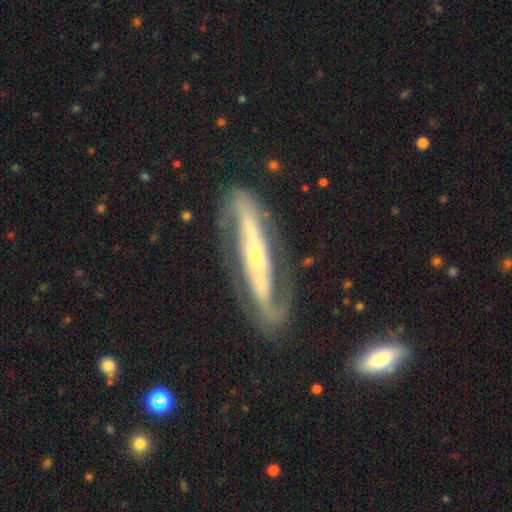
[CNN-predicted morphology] Smooth or featured: featured or disk — 84% (smooth — 10%)
Edge-on disk: no — 71% (yes — 29%)
Bar: strong — 46% (no — 33%)
Spiral arms: yes — 91% (no — 9%)
Spiral winding: medium — 42% (tight — 34%)
Spiral arm count: 2 — 86% (can't tell — 8%)
Bulge size: small — 62% (moderate — 29%)
Merging: none — 75% (minor disturbance — 15%)